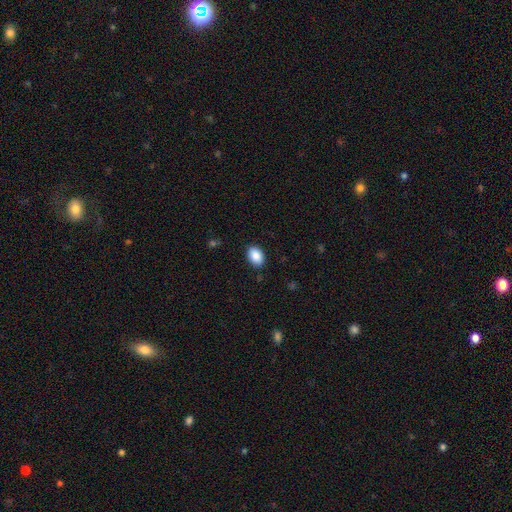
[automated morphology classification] This appears to be a smooth galaxy with no disk features (89%) that is in between round and cigar-shaped (86%). Merging: none (88%).